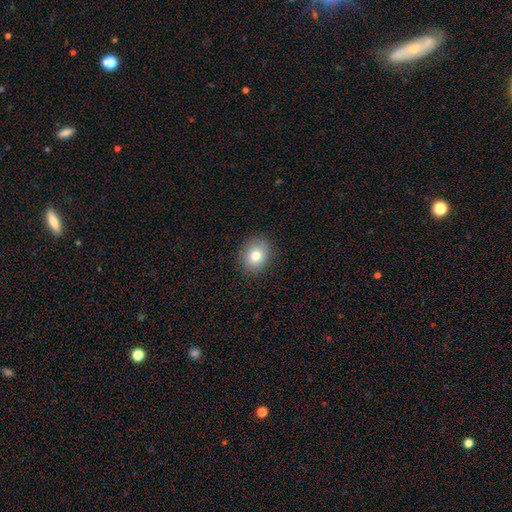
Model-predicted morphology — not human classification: smooth 80%, star or artifact 10%, featured or disk 10%. Down the decision tree: how rounded — round (61%); merging — none (88%).